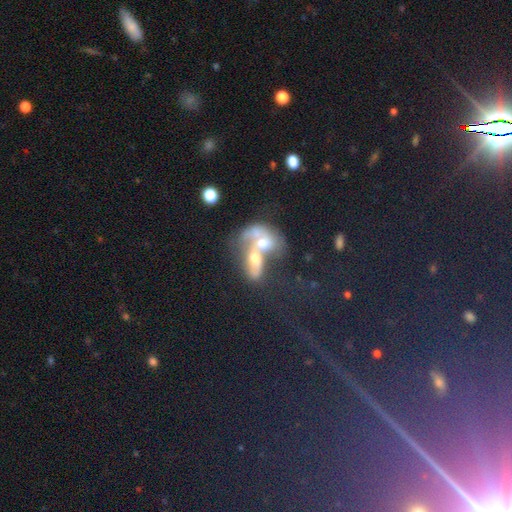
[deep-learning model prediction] The model was most divided on "smooth or featured": featured or disk: 49%, smooth: 39%, star or artifact: 12%. More confident: merging — merger (80%).